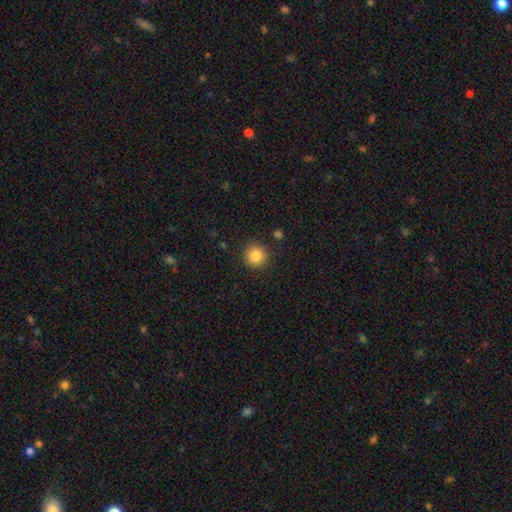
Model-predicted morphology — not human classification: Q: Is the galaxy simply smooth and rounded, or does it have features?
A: smooth — 85%.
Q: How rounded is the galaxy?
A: round — 93%.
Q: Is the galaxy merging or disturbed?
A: none — 89%.